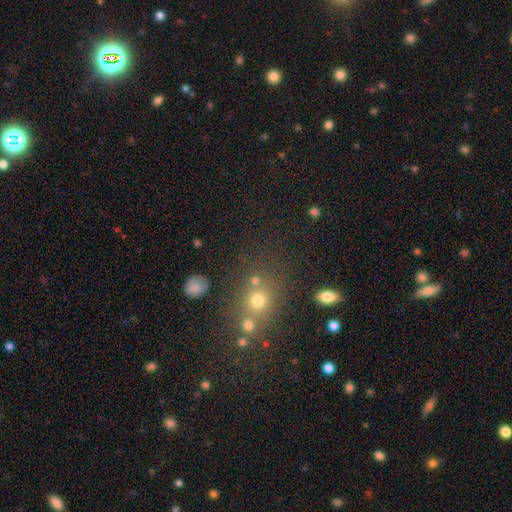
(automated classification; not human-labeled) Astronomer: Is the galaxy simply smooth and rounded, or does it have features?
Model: smooth — 45% (runner-up: star or artifact, 43%).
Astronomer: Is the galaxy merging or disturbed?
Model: none — 63%.